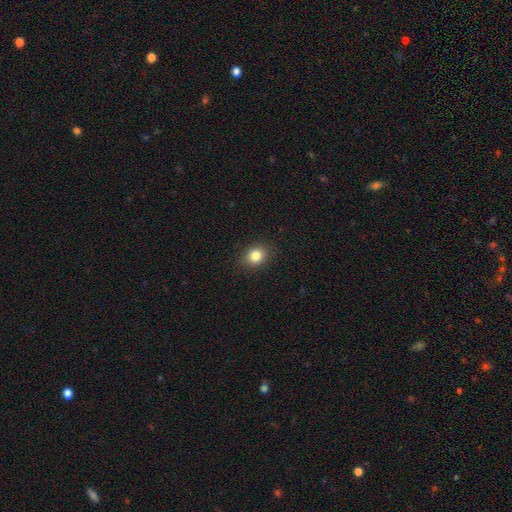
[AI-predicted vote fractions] This appears to be a smooth galaxy with no disk features (83%) that is round (61%). Merging: none (89%).